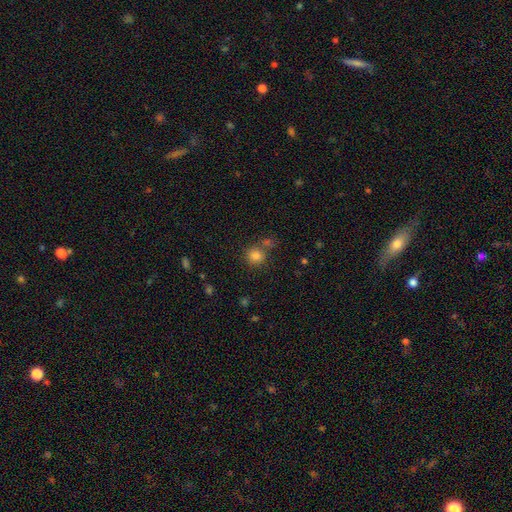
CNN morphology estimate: smooth 82%, star or artifact 12%, featured or disk 6%. Down the decision tree: how rounded — round (89%); merging — none (64%).